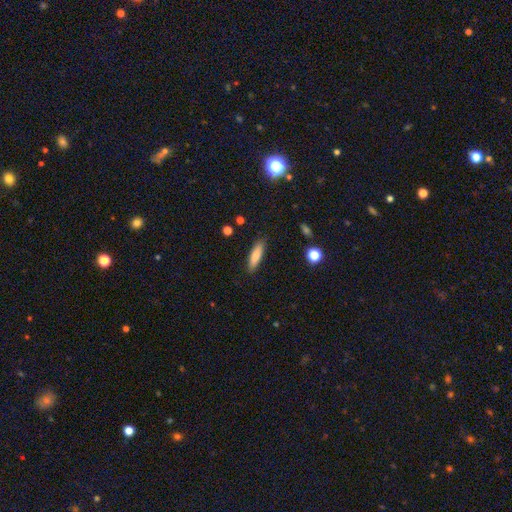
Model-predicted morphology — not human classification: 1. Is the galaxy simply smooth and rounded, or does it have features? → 81% smooth, 12% featured or disk, 7% star or artifact.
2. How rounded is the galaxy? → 70% cigar-shaped, 29% in between, 2% round.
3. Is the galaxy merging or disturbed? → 88% none, 9% minor disturbance, 2% major disturbance, 1% merger.